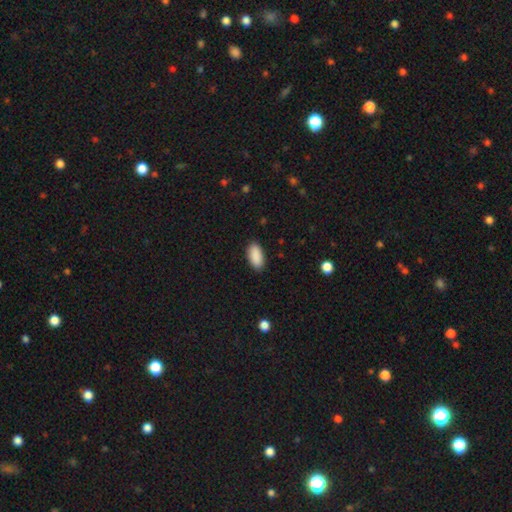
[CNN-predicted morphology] Smooth or featured? Predicted: smooth (p=0.91). How rounded? Predicted: in between (p=0.93). Merging? Predicted: none (p=0.89).